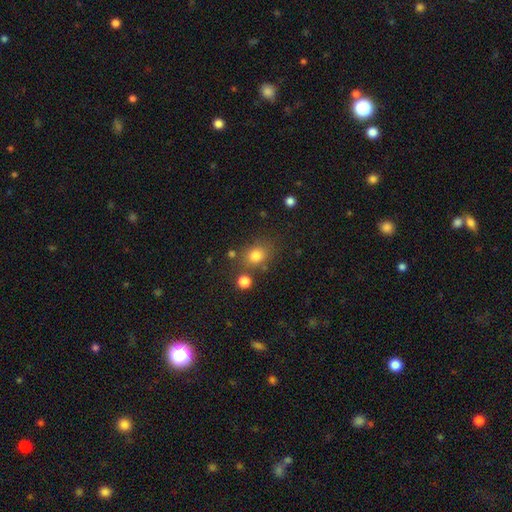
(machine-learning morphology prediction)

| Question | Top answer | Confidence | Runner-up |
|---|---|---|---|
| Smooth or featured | smooth | 79% | star or artifact (13%) |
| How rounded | round | 59% | in between (40%) |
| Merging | none | 73% | minor disturbance (13%) |